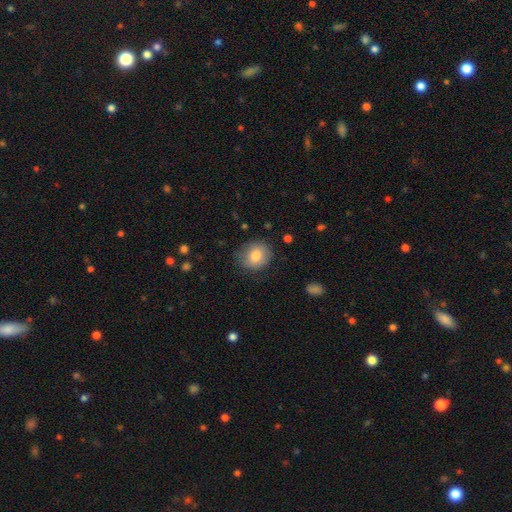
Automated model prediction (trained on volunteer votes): A smooth galaxy with no disk features (80%) that is round (78%). Merging: none (80%).